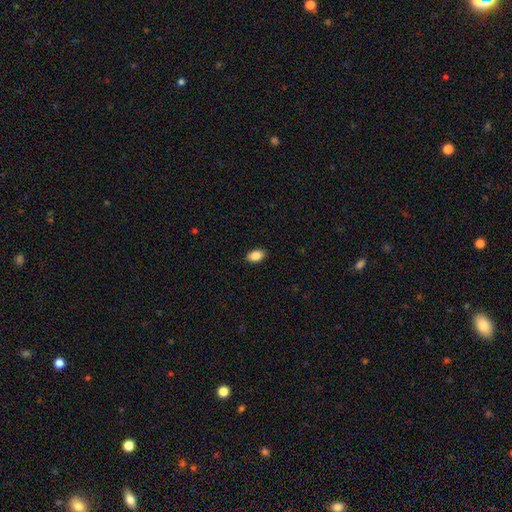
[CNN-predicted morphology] smooth_or_featured: smooth (p=0.88) [alt: star or artifact p=0.08]
how_rounded: in between (p=0.90) [alt: round p=0.08]
merging: none (p=0.89) [alt: minor disturbance p=0.08]